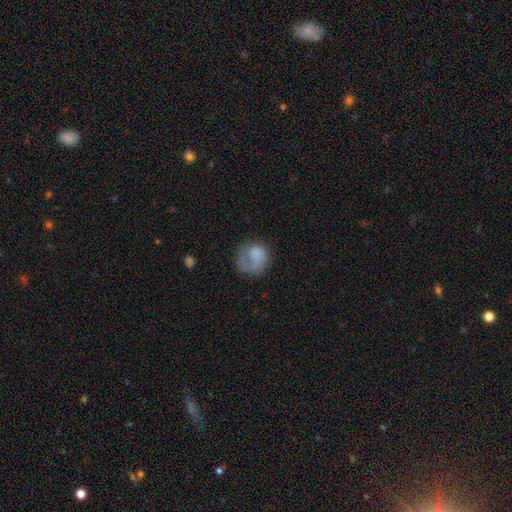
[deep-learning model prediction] The model was most divided on "merging": none: 44%, major disturbance: 33%, minor disturbance: 20%, merger: 4%. More confident: how rounded — round (76%); smooth or featured — smooth (61%).